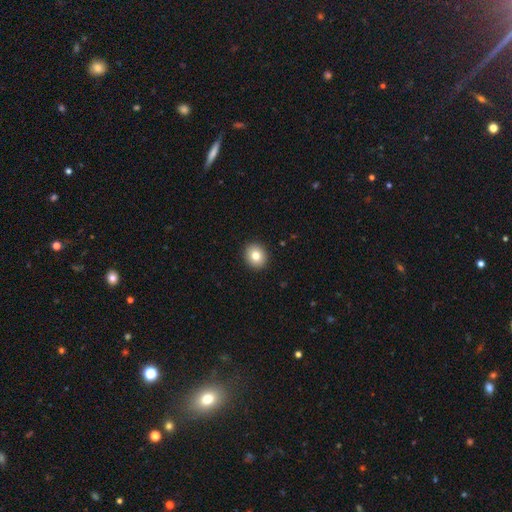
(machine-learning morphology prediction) smooth_or_featured: smooth (p=0.81) [alt: featured or disk p=0.10]
how_rounded: round (p=0.72) [alt: in between p=0.27]
merging: none (p=0.92) [alt: minor disturbance p=0.05]